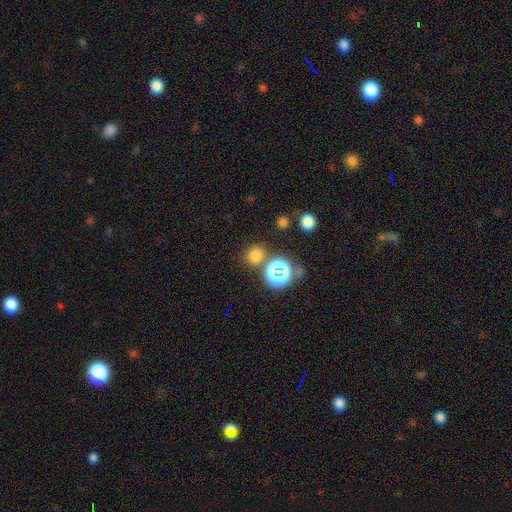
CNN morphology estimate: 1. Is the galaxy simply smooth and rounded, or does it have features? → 70% smooth, 25% star or artifact, 5% featured or disk.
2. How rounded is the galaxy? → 80% round, 19% in between, 1% cigar-shaped.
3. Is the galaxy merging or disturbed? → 79% none, 9% merger, 9% minor disturbance, 3% major disturbance.